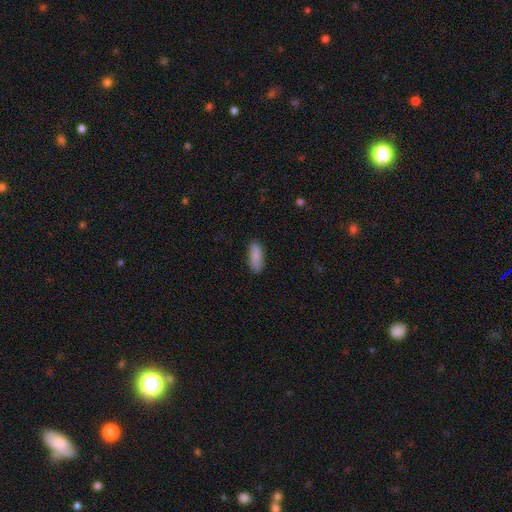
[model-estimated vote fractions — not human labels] Q: Smooth or featured?
A: smooth (87%); runner-up: featured or disk (6%)
Q: How rounded?
A: in between (70%); runner-up: cigar-shaped (28%)
Q: Merging?
A: none (83%); runner-up: minor disturbance (13%)